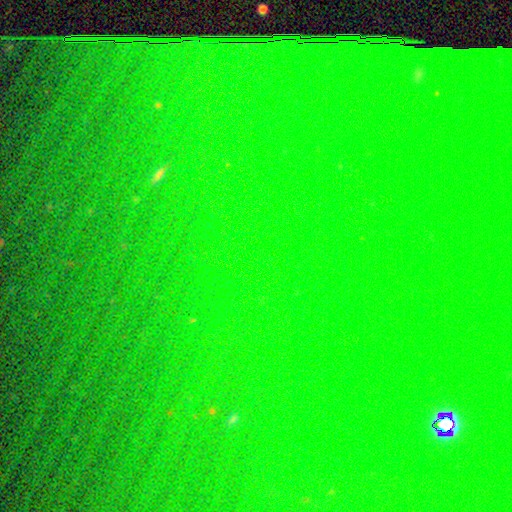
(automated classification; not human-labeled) Overall: star or artifact (81%).